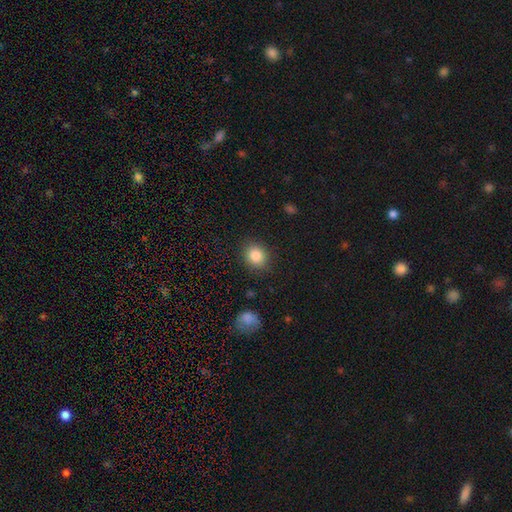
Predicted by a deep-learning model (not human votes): Q: Smooth or featured?
A: smooth (85%); runner-up: star or artifact (9%)
Q: How rounded?
A: round (74%); runner-up: in between (25%)
Q: Merging?
A: none (87%); runner-up: minor disturbance (9%)